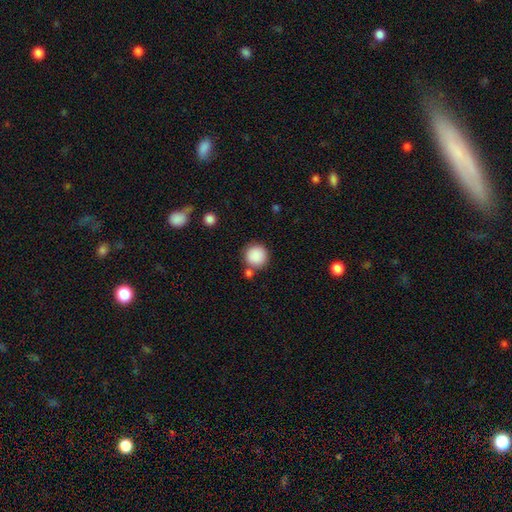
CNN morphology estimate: Smooth or featured: smooth — 88% (star or artifact — 8%)
How rounded: round — 94% (in between — 5%)
Merging: none — 78% (merger — 9%)